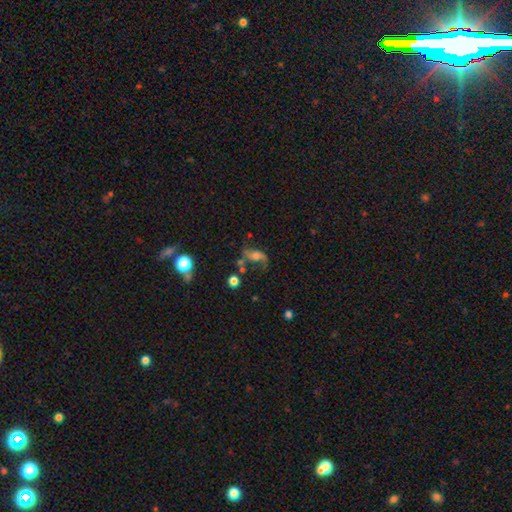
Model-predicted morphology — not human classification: A featured or disk galaxy (65%) with no bar (58%), 2 (84%) loose (78%) spiral arms (87%) and a moderate central bulge (48%).

Vote fractions:
- Smooth or featured? featured or disk: 65% / smooth: 23% / star or artifact: 12%
- Edge-on disk? no: 93% / yes: 7%
- Bar? no: 58% / weak: 31% / strong: 12%
- Spiral arms? yes: 87% / no: 13%
- Spiral winding? loose: 78% / medium: 17% / tight: 4%
- Spiral arm count? 2: 84% / 1: 9% / can't tell: 4% / 3: 1% / 4: 1% / more than 4: 1%
- Bulge size? moderate: 48% / small: 24% / large: 17% / none: 8% / dominant: 3%
- Merging? none: 48% / minor disturbance: 21% / major disturbance: 21% / merger: 10%